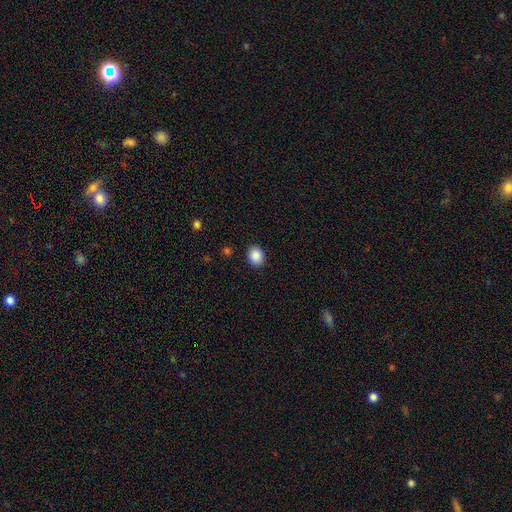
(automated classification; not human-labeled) Overall: smooth (89%). How rounded: round (56%; in between 43%). Merging: none (90%).